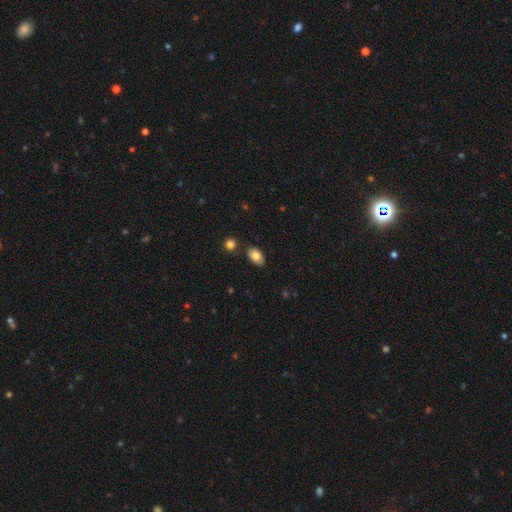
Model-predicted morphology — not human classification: A smooth galaxy with no disk features (79%) that is in between round and cigar-shaped (91%).

Vote fractions:
- Smooth or featured? smooth: 79% / featured or disk: 13% / star or artifact: 8%
- How rounded? in between: 91% / round: 7% / cigar-shaped: 2%
- Merging? none: 80% / minor disturbance: 13% / merger: 5% / major disturbance: 2%